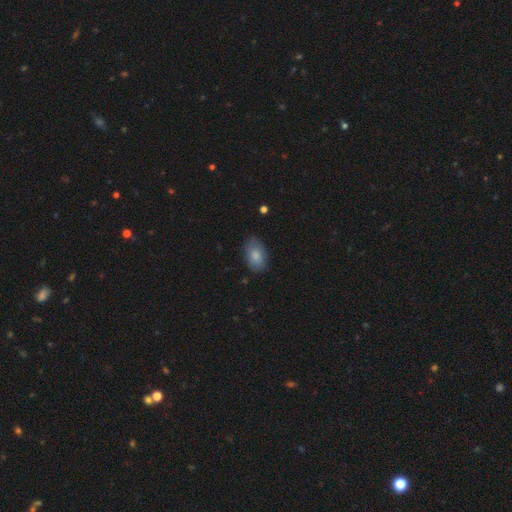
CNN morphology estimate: smooth_or_featured: smooth (p=0.82) [alt: featured or disk p=0.12]
how_rounded: in between (p=0.91) [alt: round p=0.08]
merging: none (p=0.77) [alt: minor disturbance p=0.18]